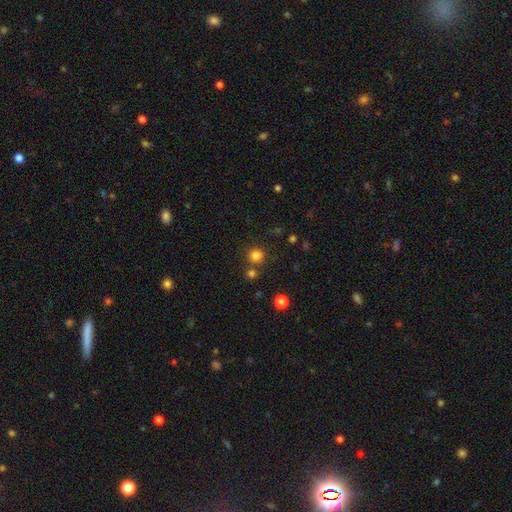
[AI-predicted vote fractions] Smooth or featured: smooth — 80% (star or artifact — 15%)
How rounded: round — 92% (in between — 7%)
Merging: none — 76% (merger — 13%)